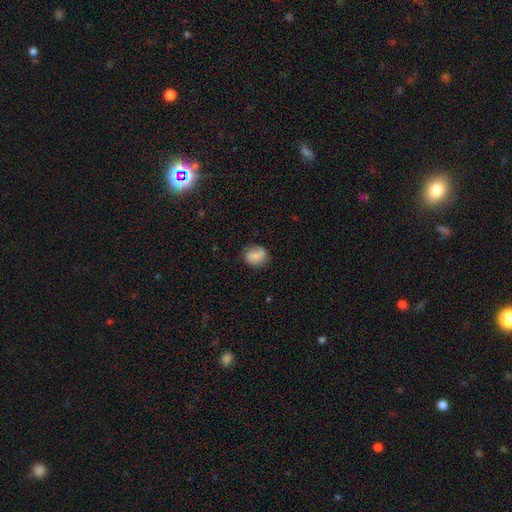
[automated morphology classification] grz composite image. It shows a smooth galaxy with no disk features (70%) that is round (59%). Merging: none (70%).